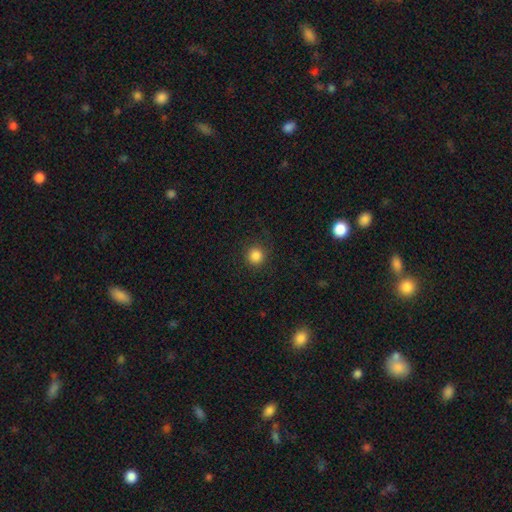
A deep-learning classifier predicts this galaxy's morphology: The model was most divided on "smooth or featured": smooth: 85%, star or artifact: 12%, featured or disk: 4%. More confident: how rounded — round (94%); merging — none (88%).